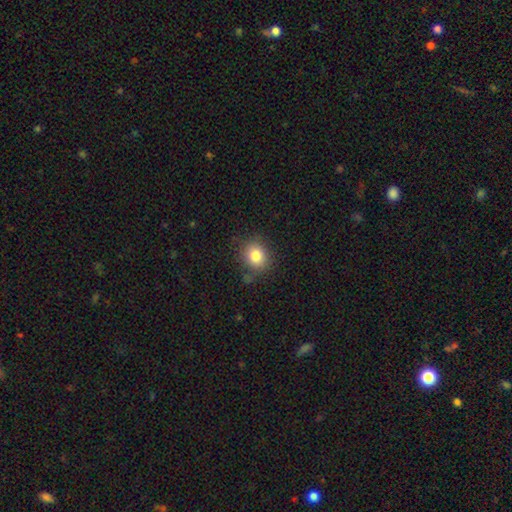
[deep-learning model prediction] Smooth or featured? Predicted: smooth (p=0.82). How rounded? Predicted: round (p=0.78). Merging? Predicted: none (p=0.79).